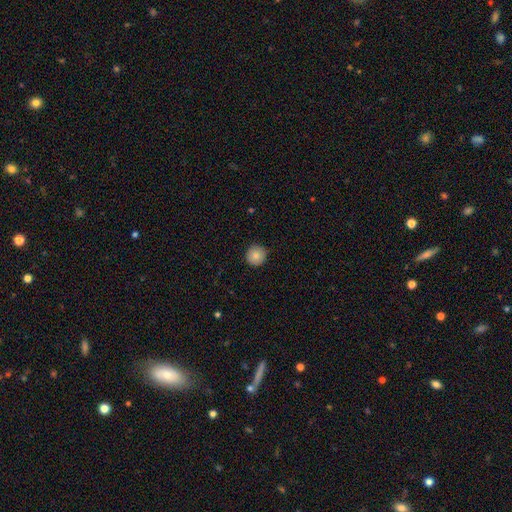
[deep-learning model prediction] smooth_or_featured: smooth (p=0.83) [alt: star or artifact p=0.08]
how_rounded: round (p=0.95) [alt: in between p=0.04]
merging: none (p=0.91) [alt: minor disturbance p=0.07]